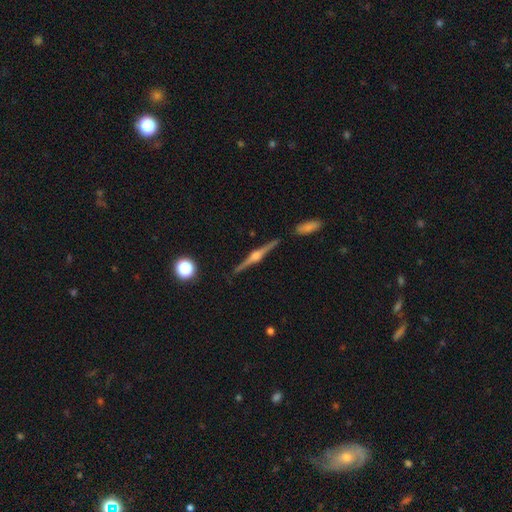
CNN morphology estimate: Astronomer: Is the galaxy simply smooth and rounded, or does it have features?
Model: featured or disk — 86%.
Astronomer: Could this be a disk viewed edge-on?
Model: yes — 98%.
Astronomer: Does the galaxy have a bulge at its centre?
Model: rounded — 92%.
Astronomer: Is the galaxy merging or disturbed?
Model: none — 88%.